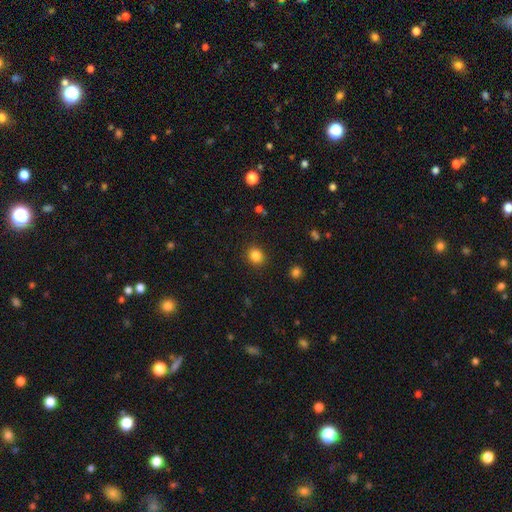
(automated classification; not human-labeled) smooth_or_featured: smooth (p=0.84) [alt: star or artifact p=0.12]
how_rounded: round (p=0.79) [alt: in between p=0.20]
merging: none (p=0.89) [alt: minor disturbance p=0.07]